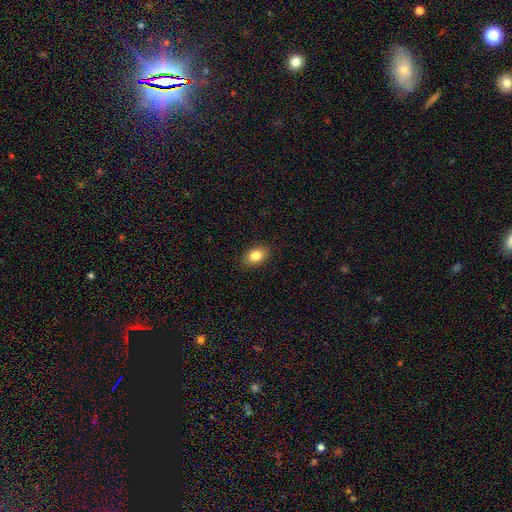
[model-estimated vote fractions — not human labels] Smooth or featured? Predicted: smooth (p=0.84). How rounded? Predicted: in between (p=0.79). Merging? Predicted: none (p=0.89).